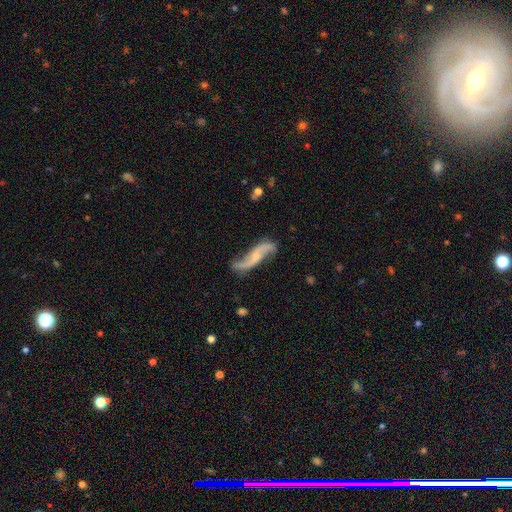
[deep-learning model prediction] The model was most divided on "bar": no: 55%, weak: 31%, strong: 14%. More confident: spiral arms — yes (96%); spiral arm count — 2 (93%); edge-on disk — no (92%); smooth or featured — featured or disk (86%); spiral winding — loose (84%); merging — none (72%); bulge size — small (64%).